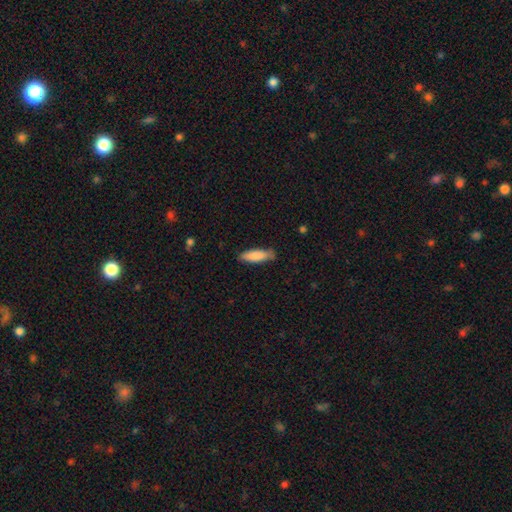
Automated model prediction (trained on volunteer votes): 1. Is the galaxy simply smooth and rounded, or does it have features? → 85% smooth, 10% featured or disk, 6% star or artifact.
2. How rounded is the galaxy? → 50% in between, 48% cigar-shaped, 1% round.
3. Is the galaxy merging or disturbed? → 76% none, 19% minor disturbance, 3% major disturbance, 2% merger.